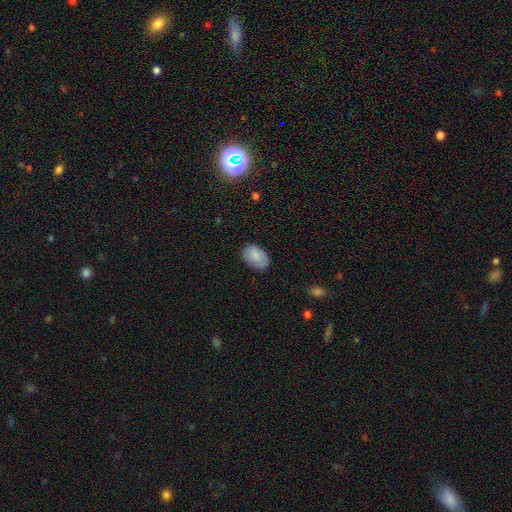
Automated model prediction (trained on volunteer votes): Overall: smooth (85%). How rounded: in between (88%). Merging: none (78%).